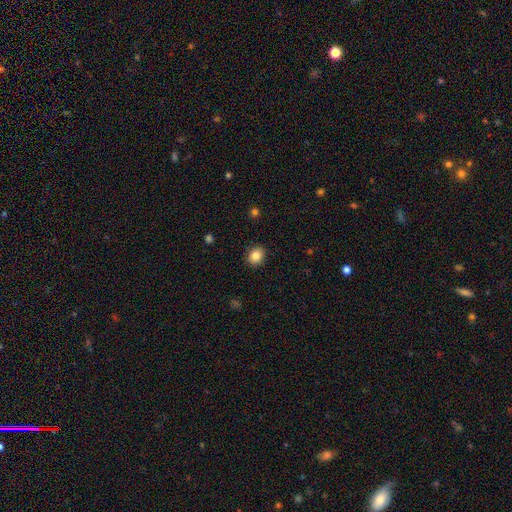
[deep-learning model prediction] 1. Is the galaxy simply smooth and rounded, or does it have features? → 85% smooth, 10% star or artifact, 6% featured or disk.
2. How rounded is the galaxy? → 63% round, 36% in between, 1% cigar-shaped.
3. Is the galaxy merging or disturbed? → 90% none, 7% minor disturbance, 2% major disturbance, 1% merger.